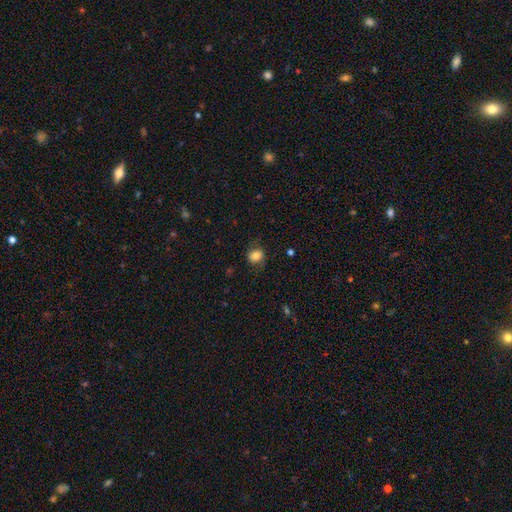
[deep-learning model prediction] This appears to be a smooth galaxy with no disk features (77%) that is round (66%). Merging: none (75%).